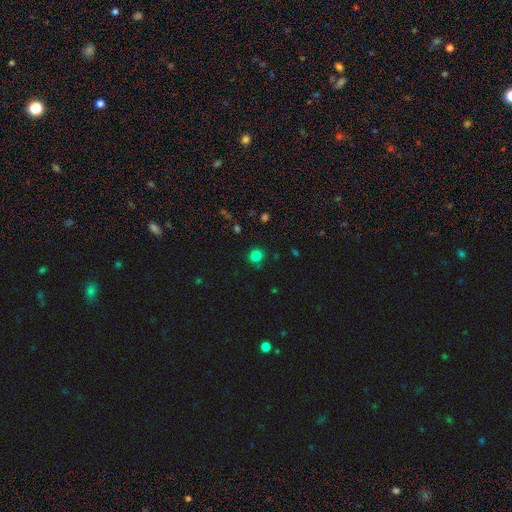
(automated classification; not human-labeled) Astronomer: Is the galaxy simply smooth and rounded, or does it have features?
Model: smooth — 80%.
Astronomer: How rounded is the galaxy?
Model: round — 88%.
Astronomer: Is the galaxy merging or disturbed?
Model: none — 84%.